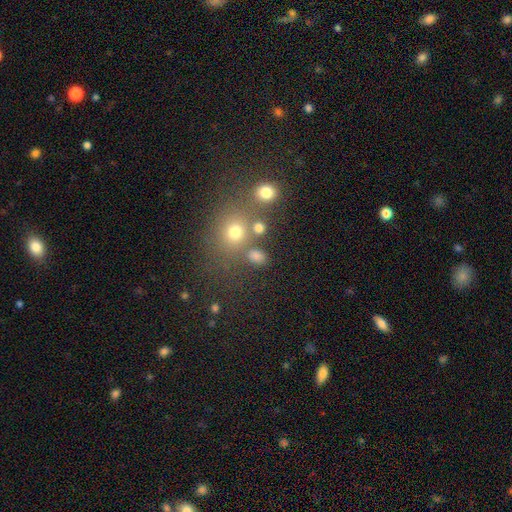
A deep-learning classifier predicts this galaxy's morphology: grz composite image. It shows a smooth galaxy with no disk features (72%) that is round (57%). Merging: none (65%).